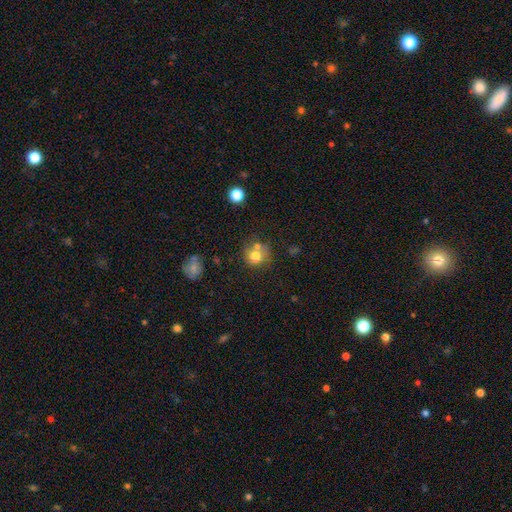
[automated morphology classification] This appears to be a smooth galaxy with no disk features (75%) that is round (85%). Merging: none (52%).